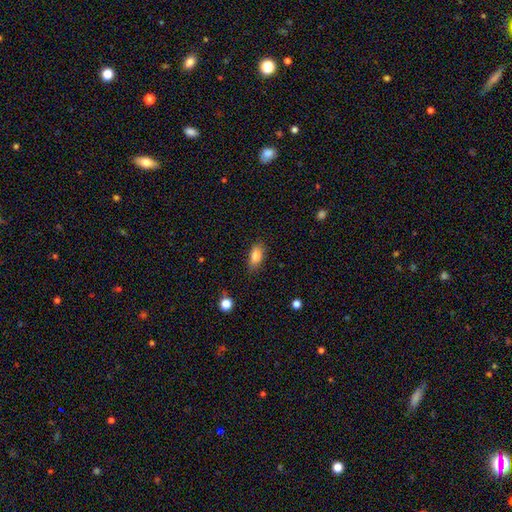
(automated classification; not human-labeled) Morphology: type=smooth (84%); roundness=in between (86%); merging=none (78%).